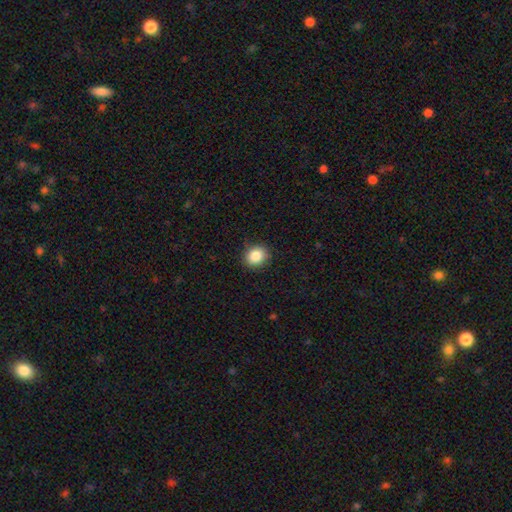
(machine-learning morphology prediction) A smooth galaxy with no disk features (86%) that is round (71%). Merging: none (88%).